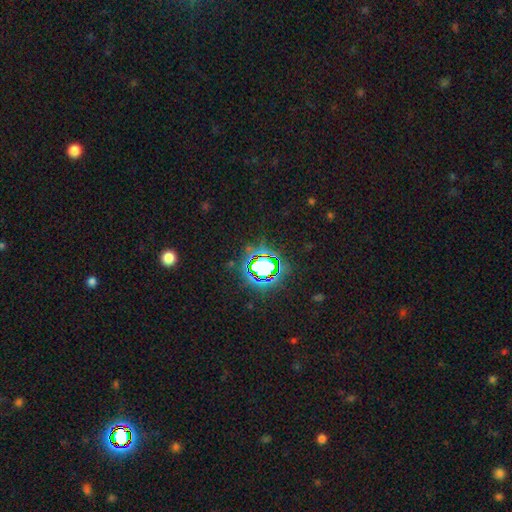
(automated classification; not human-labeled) Smooth or featured? Predicted: star or artifact (p=0.81).